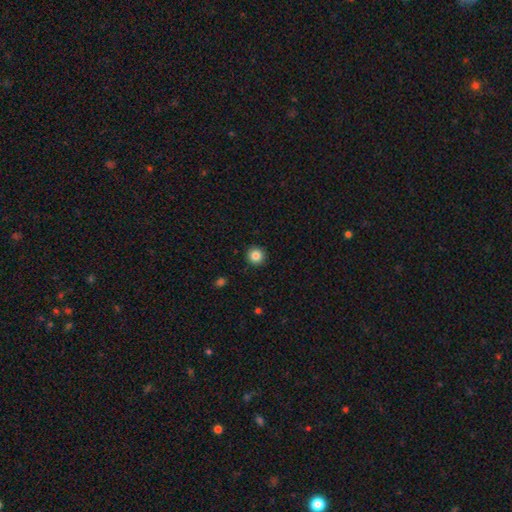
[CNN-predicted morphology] Smooth or featured? Predicted: smooth (p=0.85). How rounded? Predicted: round (p=0.96). Merging? Predicted: none (p=0.93).